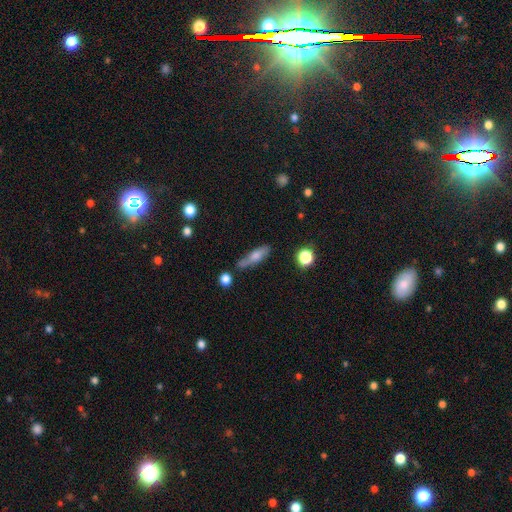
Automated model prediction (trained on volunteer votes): Smooth or featured: smooth — 60% (featured or disk — 32%)
How rounded: cigar-shaped — 64% (in between — 32%)
Merging: none — 63% (minor disturbance — 23%)